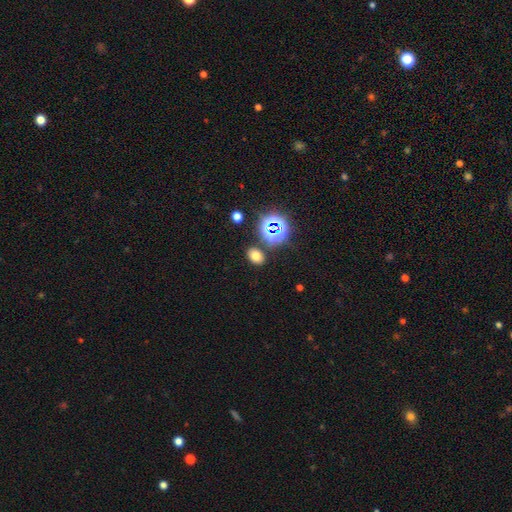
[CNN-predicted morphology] Smooth or featured: smooth — 68% (star or artifact — 24%)
How rounded: in between — 69% (round — 30%)
Merging: none — 83% (minor disturbance — 9%)